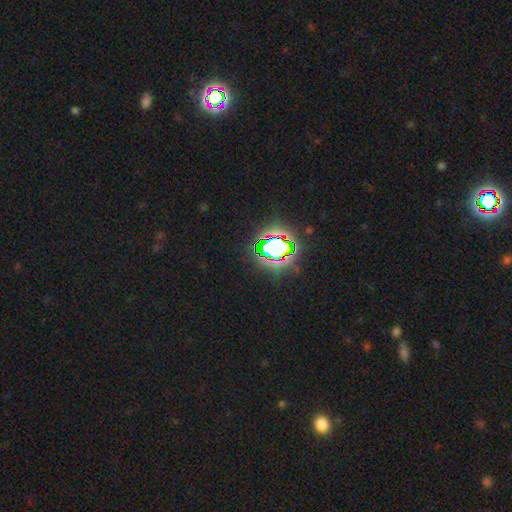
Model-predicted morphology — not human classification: Overall: star or artifact (82%).